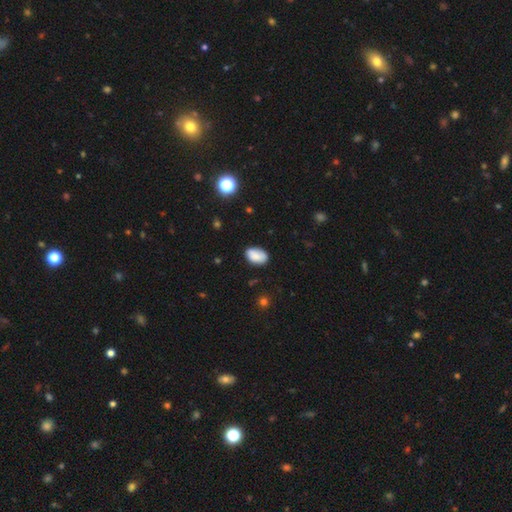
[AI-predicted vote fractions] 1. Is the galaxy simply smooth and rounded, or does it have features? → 79% smooth, 13% featured or disk, 8% star or artifact.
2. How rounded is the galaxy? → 89% in between, 10% round, 1% cigar-shaped.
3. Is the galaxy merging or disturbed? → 71% none, 21% minor disturbance, 4% major disturbance, 4% merger.